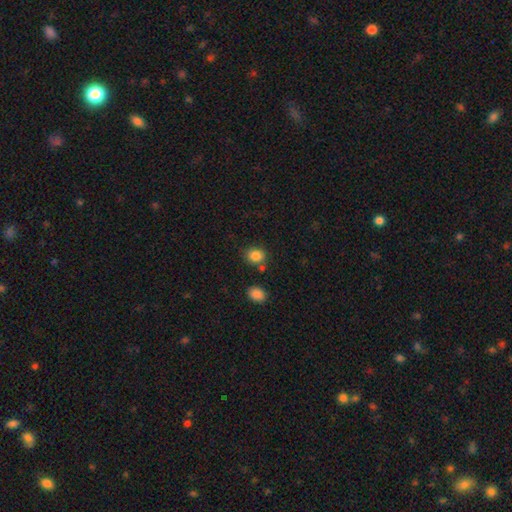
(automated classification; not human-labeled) Smooth or featured? Predicted: smooth (p=0.85). How rounded? Predicted: round (p=0.58). Merging? Predicted: none (p=0.73).